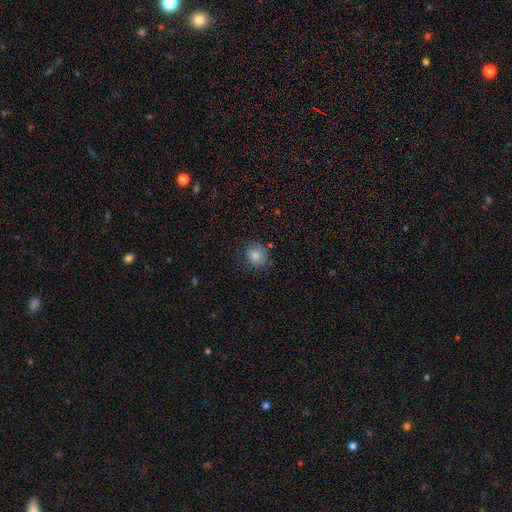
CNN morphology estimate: The model was most divided on "how rounded": round: 76%, in between: 23%, cigar-shaped: 1%. More confident: smooth or featured — smooth (83%); merging — none (73%).